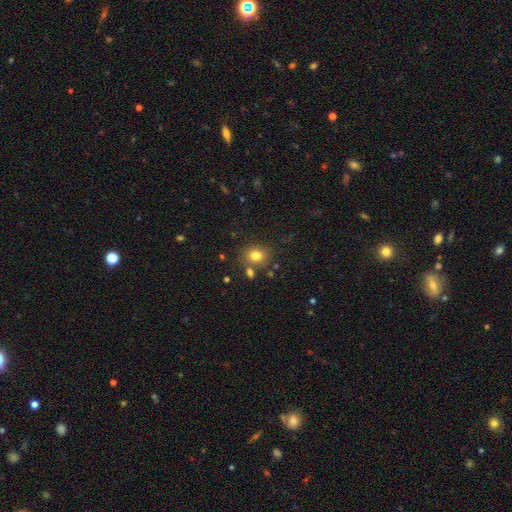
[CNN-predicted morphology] Smooth or featured? Predicted: smooth (p=0.79). How rounded? Predicted: round (p=0.65). Merging? Predicted: none (p=0.75).